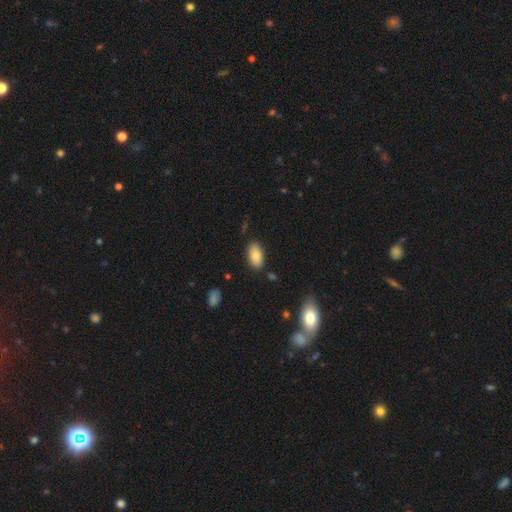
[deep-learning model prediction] Smooth or featured? Predicted: smooth (p=0.84). How rounded? Predicted: in between (p=0.94). Merging? Predicted: none (p=0.84).